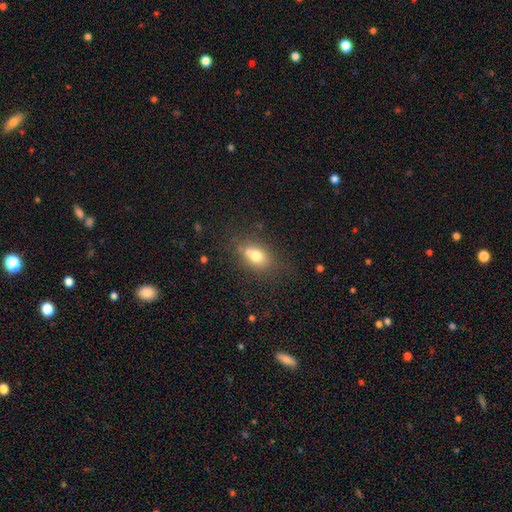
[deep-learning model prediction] This is likely a smooth galaxy (70%). How rounded: likely in between (69%). Merging: possibly none (55%).